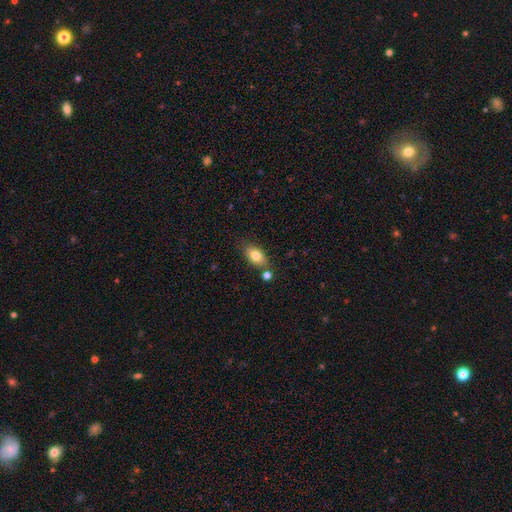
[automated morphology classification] Overall: smooth (80%). How rounded: in between (86%). Merging: none (71%).